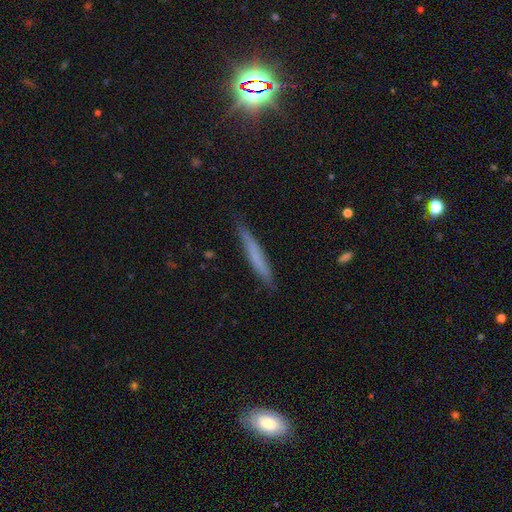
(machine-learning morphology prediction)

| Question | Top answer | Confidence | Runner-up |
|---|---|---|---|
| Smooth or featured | smooth | 62% | featured or disk (30%) |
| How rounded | cigar-shaped | 95% | in between (4%) |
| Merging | none | 85% | minor disturbance (12%) |